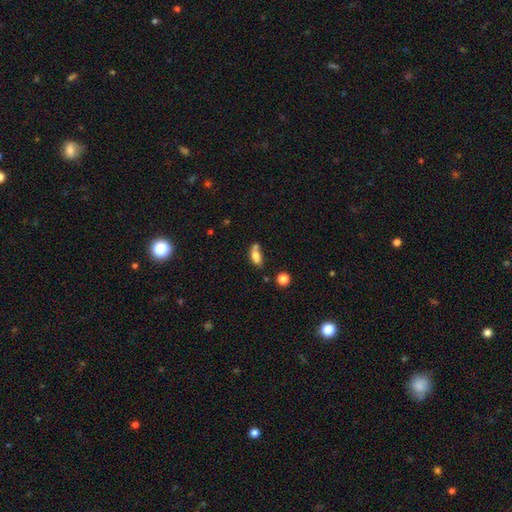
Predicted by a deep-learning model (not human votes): A smooth galaxy with no disk features (75%) that is in between round and cigar-shaped (81%).

Vote fractions:
- Smooth or featured? smooth: 75% / featured or disk: 14% / star or artifact: 10%
- How rounded? in between: 81% / cigar-shaped: 10% / round: 9%
- Merging? merger: 40% / none: 38% / minor disturbance: 16% / major disturbance: 6%